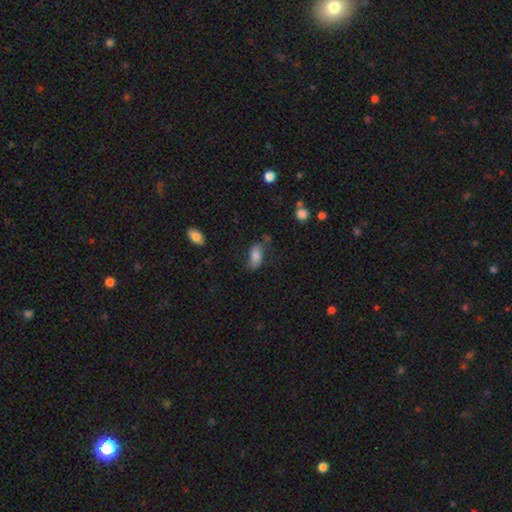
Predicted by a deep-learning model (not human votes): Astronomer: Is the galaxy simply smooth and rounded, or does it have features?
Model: smooth — 78%.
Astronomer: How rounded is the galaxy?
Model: in between — 88%.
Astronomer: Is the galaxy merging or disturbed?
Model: none — 57%.